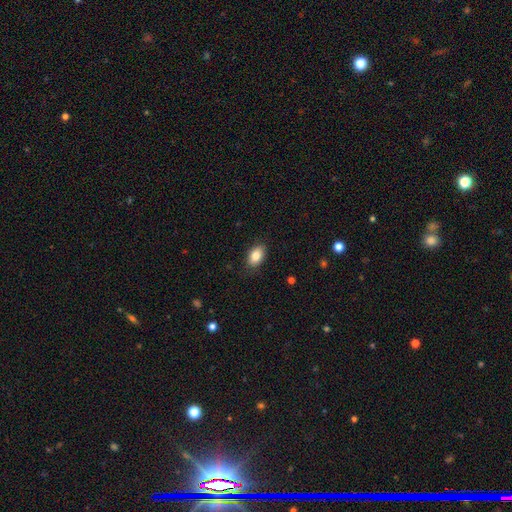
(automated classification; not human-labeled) Smooth or featured: smooth — 85% (star or artifact — 8%)
How rounded: in between — 90% (round — 9%)
Merging: none — 85% (minor disturbance — 12%)